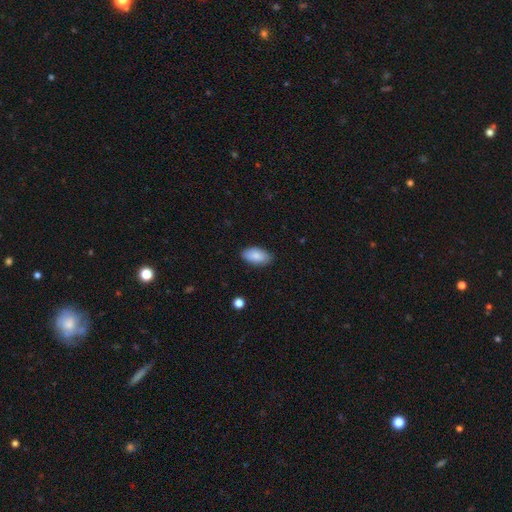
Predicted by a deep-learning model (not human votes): Morphology: type=smooth (85%); roundness=in between (94%); merging=none (83%).